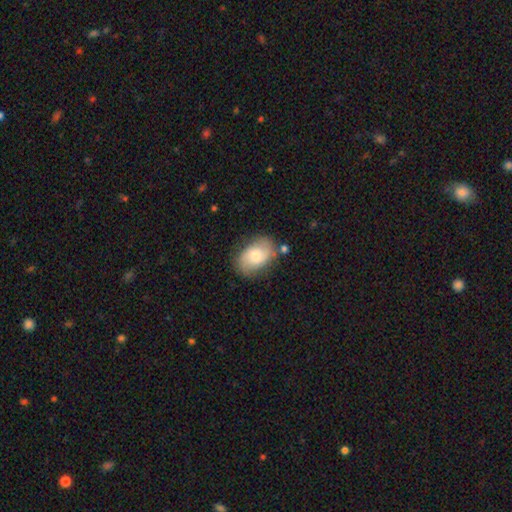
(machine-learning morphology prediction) type=smooth (61%); roundness=in between (89%); merging=none (73%).